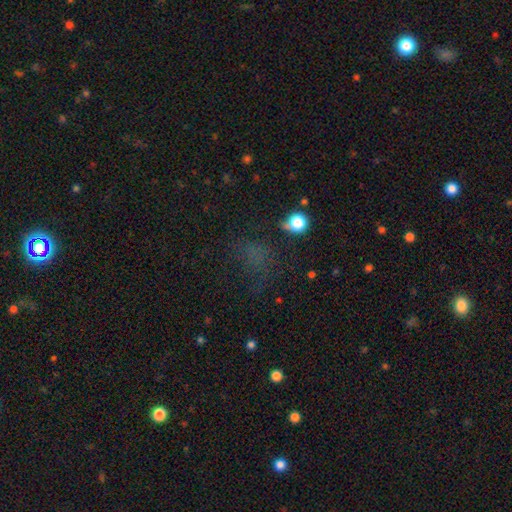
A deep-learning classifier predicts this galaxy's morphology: Smooth or featured? Predicted: smooth (p=0.48). Merging? Predicted: none (p=0.57).